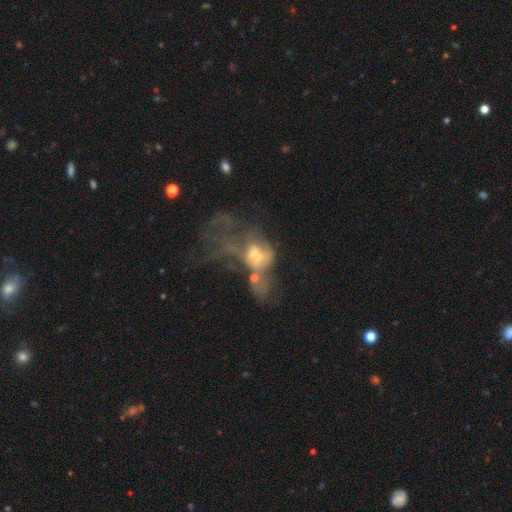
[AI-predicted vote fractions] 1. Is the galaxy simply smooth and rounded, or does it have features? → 54% featured or disk, 31% smooth, 15% star or artifact.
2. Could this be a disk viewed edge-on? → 94% no, 6% yes.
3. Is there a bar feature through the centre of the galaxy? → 77% no, 18% weak, 5% strong.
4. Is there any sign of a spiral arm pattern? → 83% no, 17% yes.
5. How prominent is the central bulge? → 54% moderate, 22% small, 13% large, 9% none, 2% dominant.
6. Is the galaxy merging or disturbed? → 48% major disturbance, 31% merger, 12% none, 8% minor disturbance.